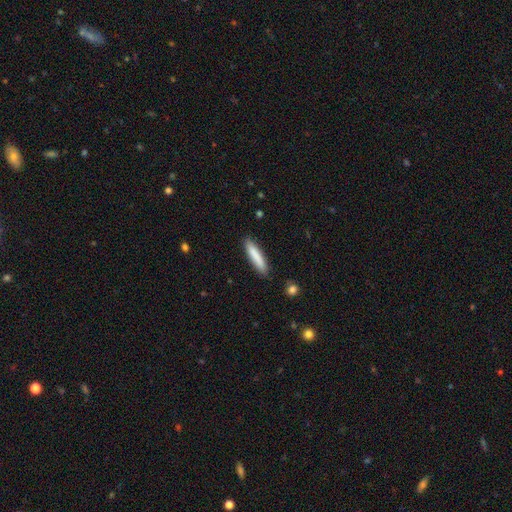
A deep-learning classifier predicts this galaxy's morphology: This is clearly a smooth galaxy (83%). How rounded: clearly cigar-shaped (84%). Merging: clearly none (87%).